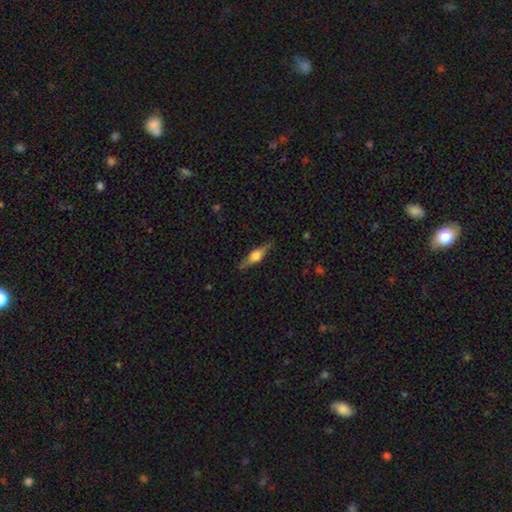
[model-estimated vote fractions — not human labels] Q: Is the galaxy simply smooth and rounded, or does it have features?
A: featured or disk — 52%.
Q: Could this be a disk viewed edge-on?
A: yes — 92%.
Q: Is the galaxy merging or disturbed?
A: none — 84%.